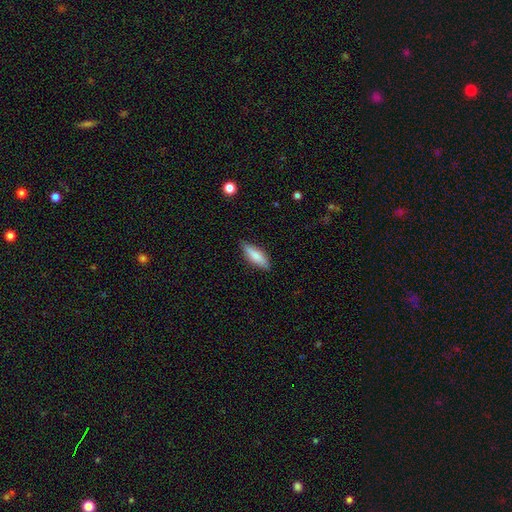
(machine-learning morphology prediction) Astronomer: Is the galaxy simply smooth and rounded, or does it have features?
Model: smooth — 77%.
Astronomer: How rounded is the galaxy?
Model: in between — 50% (runner-up: cigar-shaped, 48%).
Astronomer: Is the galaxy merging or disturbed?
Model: none — 83%.